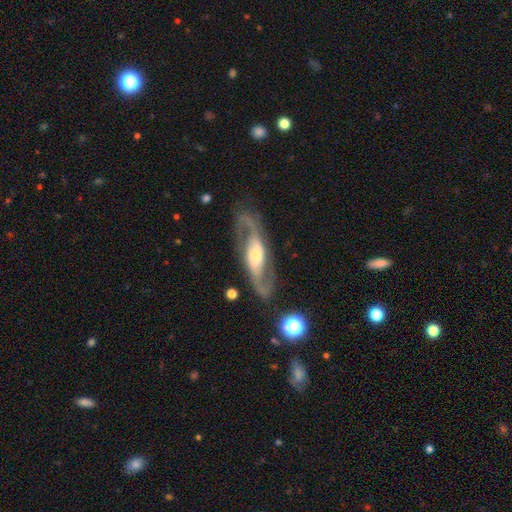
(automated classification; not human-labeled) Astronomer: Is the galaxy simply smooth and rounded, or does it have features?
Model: featured or disk — 88%.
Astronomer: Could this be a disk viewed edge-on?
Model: no — 91%.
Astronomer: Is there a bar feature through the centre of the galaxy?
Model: no — 40% (runner-up: weak, 32%).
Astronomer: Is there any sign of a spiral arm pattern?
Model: yes — 95%.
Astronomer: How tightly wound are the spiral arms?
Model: medium — 50% (runner-up: loose, 34%).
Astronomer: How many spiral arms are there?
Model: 2 — 92%.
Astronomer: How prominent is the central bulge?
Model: moderate — 48% (runner-up: small, 40%).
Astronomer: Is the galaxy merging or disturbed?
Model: none — 80%.